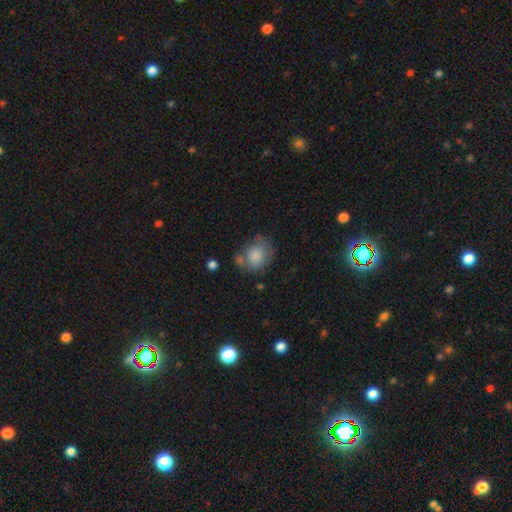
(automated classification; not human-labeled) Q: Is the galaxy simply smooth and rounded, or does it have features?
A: smooth — 78%.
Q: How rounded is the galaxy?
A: round — 63%.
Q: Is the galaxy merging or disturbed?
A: none — 52%.